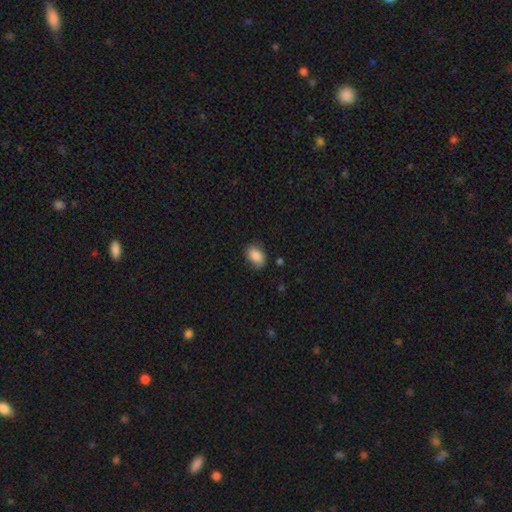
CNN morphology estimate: smooth_or_featured: smooth (p=0.88) [alt: star or artifact p=0.08]
how_rounded: in between (p=0.85) [alt: round p=0.14]
merging: none (p=0.79) [alt: minor disturbance p=0.17]